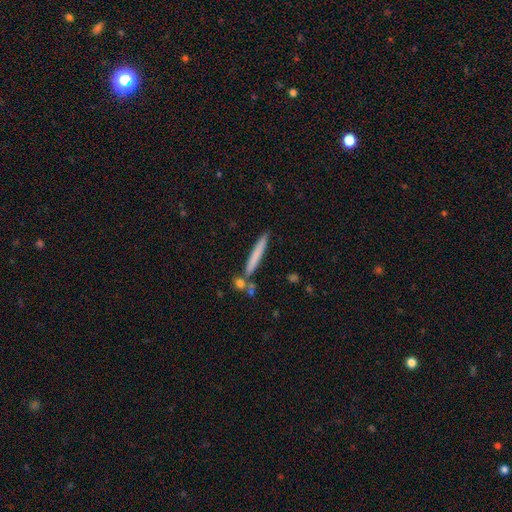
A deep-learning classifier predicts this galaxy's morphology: Smooth or featured? smooth (67%)
How rounded? cigar-shaped (96%)
Merging? none (79%)